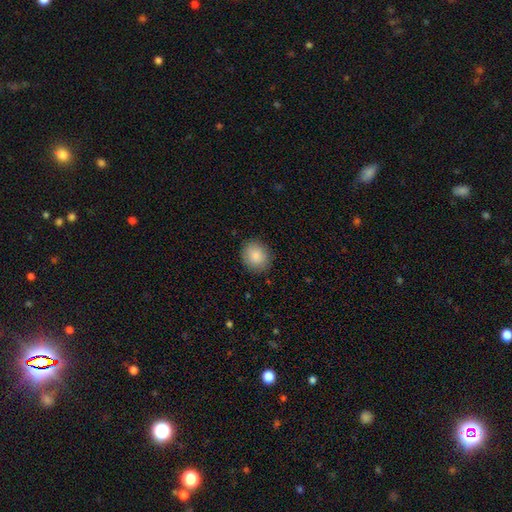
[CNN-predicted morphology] A smooth galaxy with no disk features (85%) that is round (73%).

Vote fractions:
- Smooth or featured? smooth: 85% / star or artifact: 8% / featured or disk: 7%
- How rounded? round: 73% / in between: 26% / cigar-shaped: 1%
- Merging? none: 88% / minor disturbance: 9% / major disturbance: 2% / merger: 1%